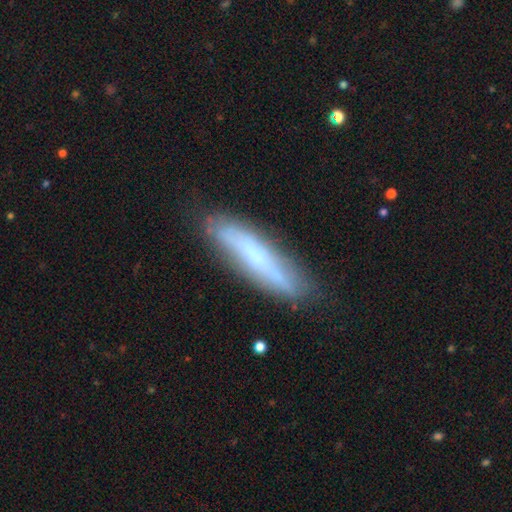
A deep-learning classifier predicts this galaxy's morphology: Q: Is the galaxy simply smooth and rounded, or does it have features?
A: smooth — 50%.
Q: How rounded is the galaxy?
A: cigar-shaped — 80%.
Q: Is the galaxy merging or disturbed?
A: none — 74%.